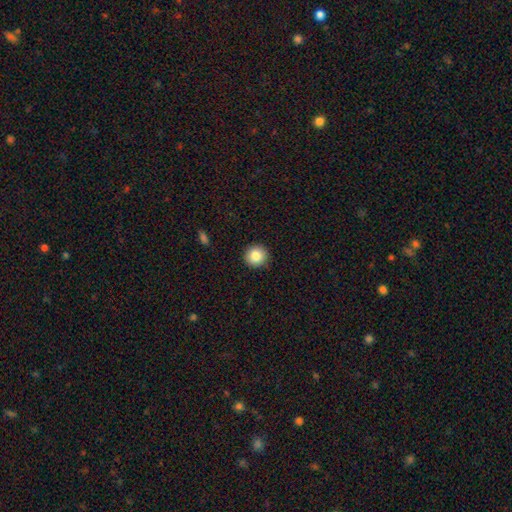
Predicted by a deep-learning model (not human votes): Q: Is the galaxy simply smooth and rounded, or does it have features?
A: smooth — 85%.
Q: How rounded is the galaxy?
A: round — 94%.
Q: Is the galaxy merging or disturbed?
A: none — 92%.